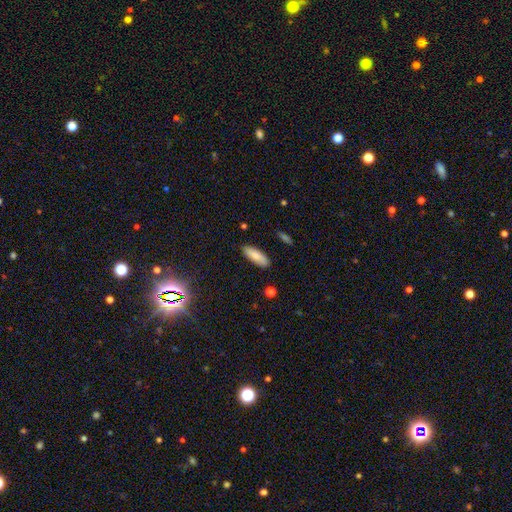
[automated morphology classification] A smooth galaxy with no disk features (82%) that is in between round and cigar-shaped (59%).

Vote fractions:
- Smooth or featured? smooth: 82% / featured or disk: 11% / star or artifact: 7%
- How rounded? in between: 59% / cigar-shaped: 40% / round: 2%
- Merging? none: 87% / minor disturbance: 10% / major disturbance: 2% / merger: 1%